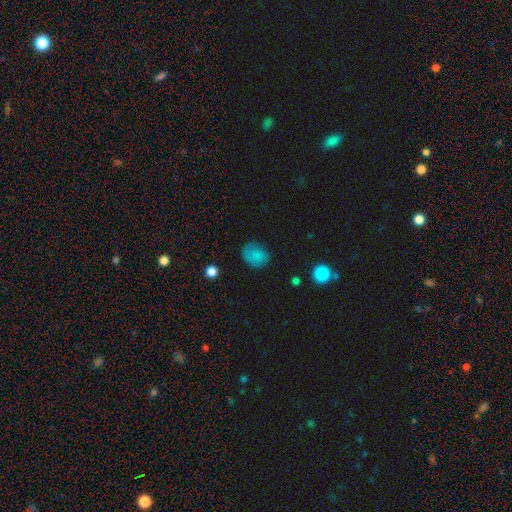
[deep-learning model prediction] Q: Smooth or featured?
A: smooth (74%); runner-up: featured or disk (15%)
Q: How rounded?
A: in between (51%); runner-up: round (48%)
Q: Merging?
A: none (66%); runner-up: minor disturbance (23%)